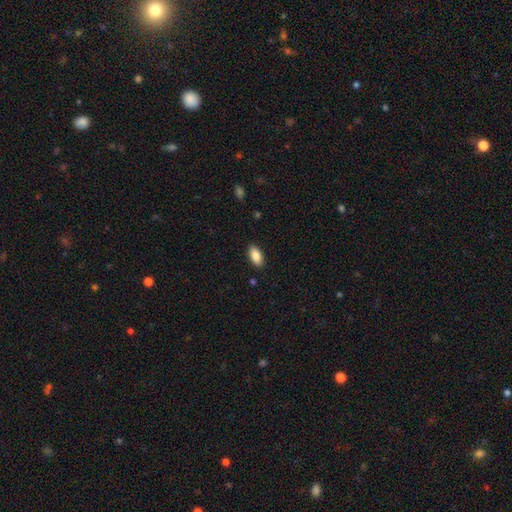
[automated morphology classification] A smooth galaxy with no disk features (88%) that is in between round and cigar-shaped (91%). Merging: none (88%).